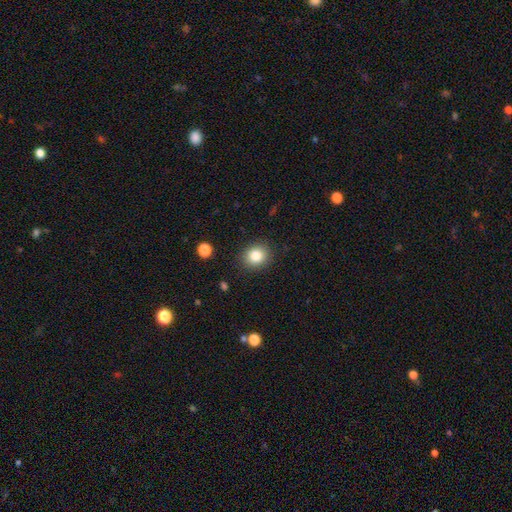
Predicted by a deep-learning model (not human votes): Smooth or featured? smooth (83%)
How rounded? round (71%)
Merging? none (88%)